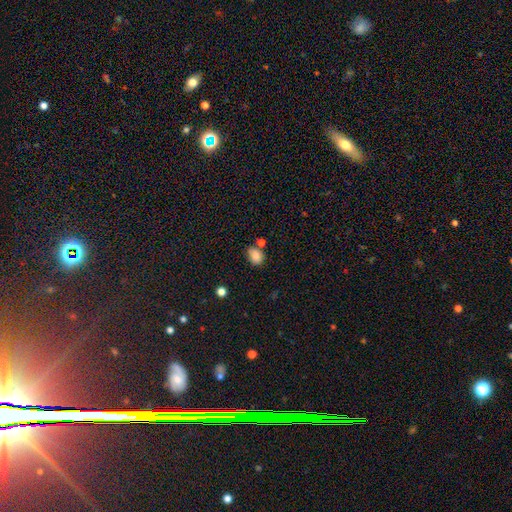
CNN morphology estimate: A smooth galaxy with no disk features (82%) that is in between round and cigar-shaped (63%).

Vote fractions:
- Smooth or featured? smooth: 82% / star or artifact: 10% / featured or disk: 8%
- How rounded? in between: 63% / round: 36% / cigar-shaped: 1%
- Merging? none: 69% / minor disturbance: 16% / merger: 11% / major disturbance: 4%